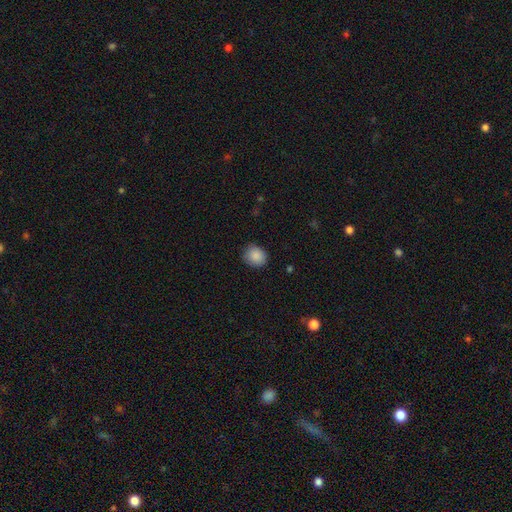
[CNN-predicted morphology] type=smooth (88%); roundness=round (66%); merging=none (83%).